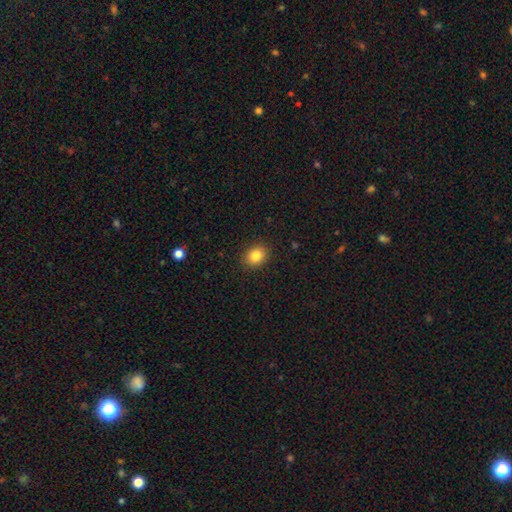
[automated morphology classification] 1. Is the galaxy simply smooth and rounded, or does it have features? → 84% smooth, 10% star or artifact, 6% featured or disk.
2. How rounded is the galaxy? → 58% round, 41% in between, 1% cigar-shaped.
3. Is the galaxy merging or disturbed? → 90% none, 7% minor disturbance, 2% major disturbance, 1% merger.